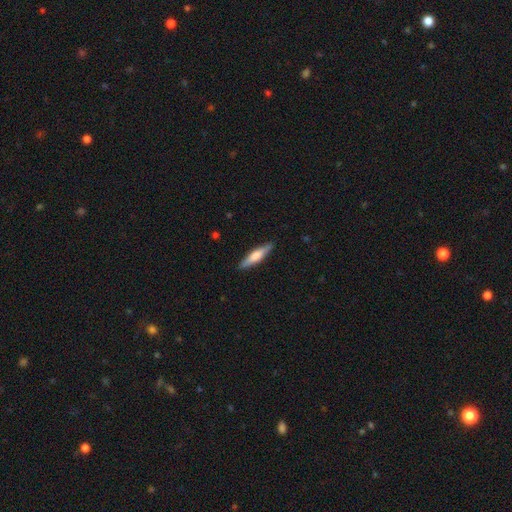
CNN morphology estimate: Overall: smooth (58%; featured or disk 36%). How rounded: cigar-shaped (80%). Merging: none (89%).